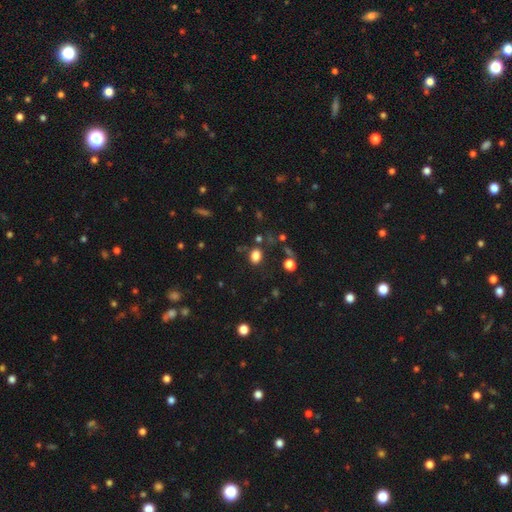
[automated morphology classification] smooth_or_featured: smooth (p=0.81) [alt: star or artifact p=0.14]
how_rounded: in between (p=0.62) [alt: round p=0.36]
merging: none (p=0.76) [alt: minor disturbance p=0.13]